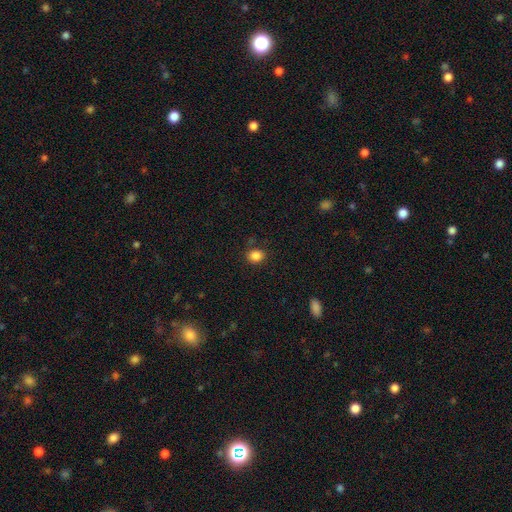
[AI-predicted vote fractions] This appears to be a smooth galaxy with no disk features (85%) that is round (58%). Merging: none (83%).